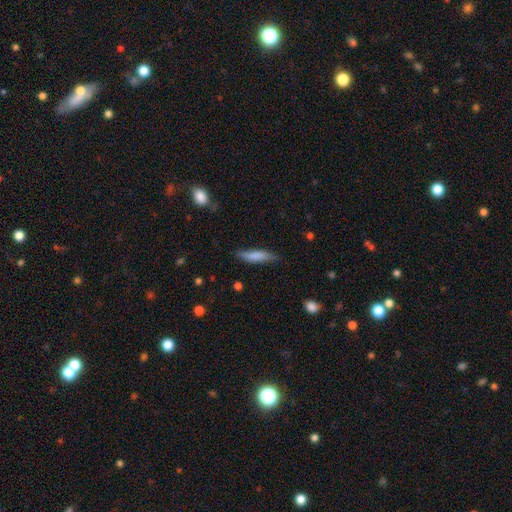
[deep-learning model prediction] A smooth galaxy with no disk features (77%) that is cigar-shaped (80%). Merging: none (76%).